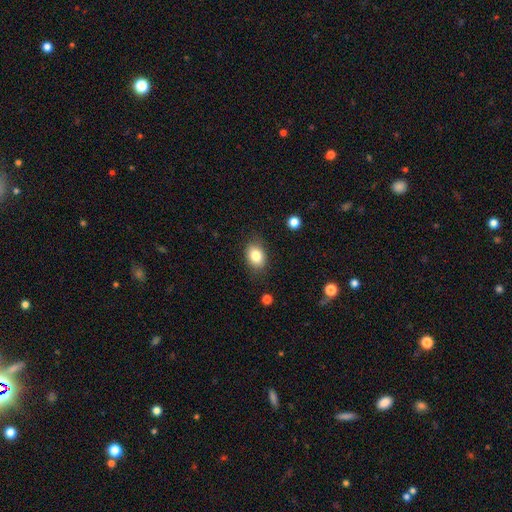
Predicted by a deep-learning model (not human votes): A smooth galaxy with no disk features (83%) that is in between round and cigar-shaped (73%).

Vote fractions:
- Smooth or featured? smooth: 83% / star or artifact: 9% / featured or disk: 8%
- How rounded? in between: 73% / round: 26% / cigar-shaped: 1%
- Merging? none: 83% / minor disturbance: 13% / major disturbance: 3% / merger: 1%